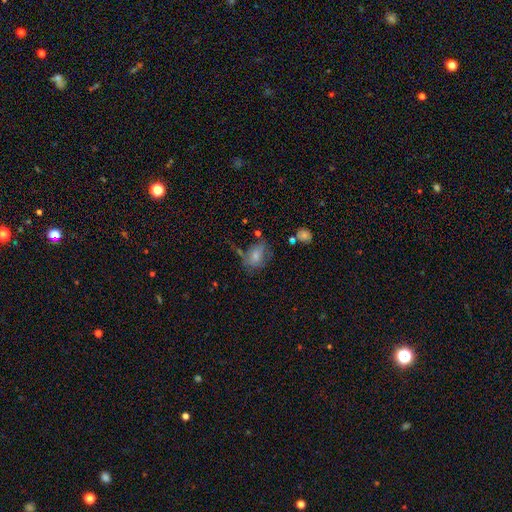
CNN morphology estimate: A smooth galaxy with no disk features (69%) that is in between round and cigar-shaped (72%).

Vote fractions:
- Smooth or featured? smooth: 69% / featured or disk: 21% / star or artifact: 10%
- How rounded? in between: 72% / round: 26% / cigar-shaped: 1%
- Merging? none: 44% / minor disturbance: 29% / major disturbance: 19% / merger: 8%